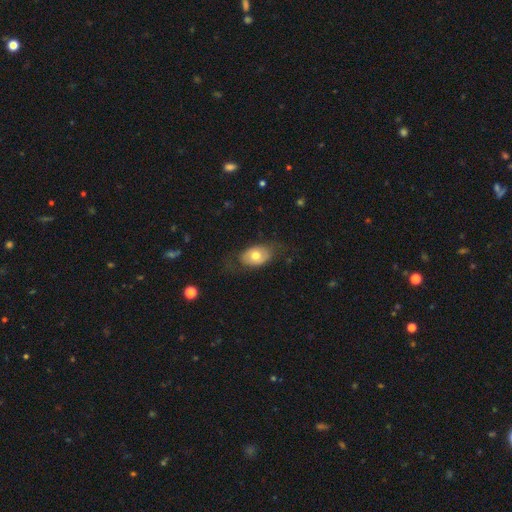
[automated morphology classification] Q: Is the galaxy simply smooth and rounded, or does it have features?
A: smooth — 61%.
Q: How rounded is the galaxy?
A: in between — 86%.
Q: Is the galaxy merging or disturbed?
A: none — 68%.